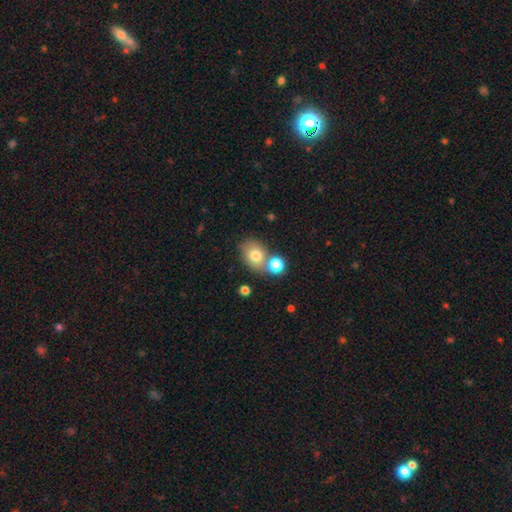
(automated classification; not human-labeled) This is likely a smooth galaxy (76%). How rounded: possibly in between (54%). Merging: possibly none (52%).